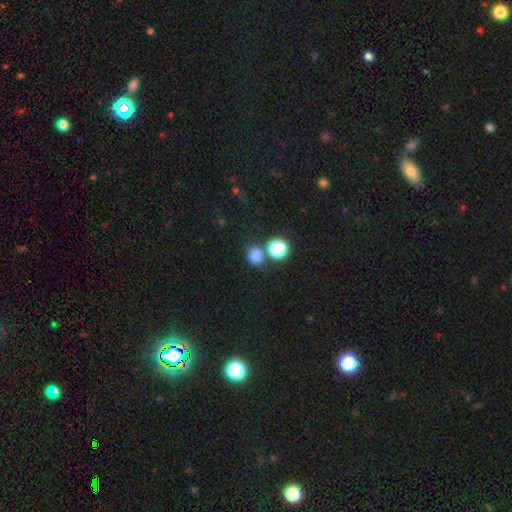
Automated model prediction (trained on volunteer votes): This appears to be a smooth galaxy with no disk features (80%) that is round (69%). Merging: none (57%).